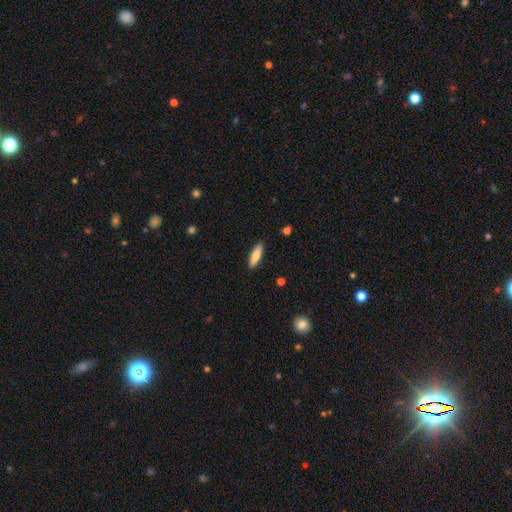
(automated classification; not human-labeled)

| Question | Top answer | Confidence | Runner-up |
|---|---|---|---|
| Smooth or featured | smooth | 75% | featured or disk (19%) |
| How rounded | cigar-shaped | 57% | in between (41%) |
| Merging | none | 90% | minor disturbance (8%) |